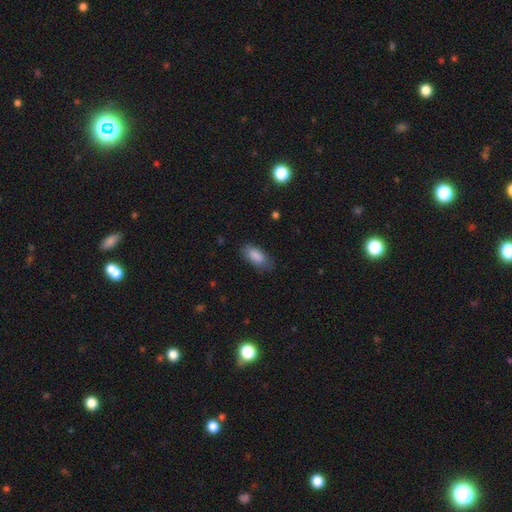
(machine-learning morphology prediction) type=smooth (86%); roundness=in between (88%); merging=none (72%).